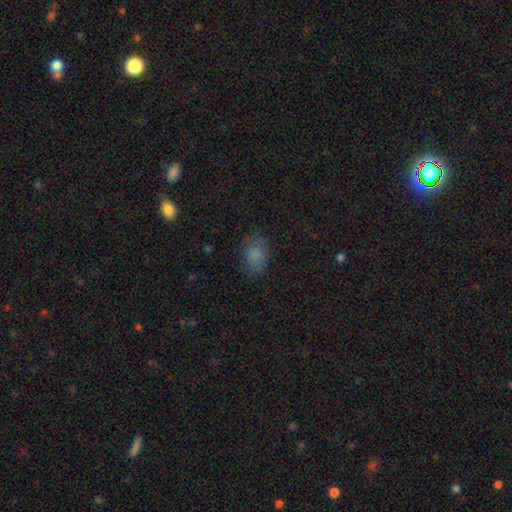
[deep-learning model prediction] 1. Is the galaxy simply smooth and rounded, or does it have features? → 81% smooth, 11% star or artifact, 8% featured or disk.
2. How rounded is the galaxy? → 76% in between, 22% round, 1% cigar-shaped.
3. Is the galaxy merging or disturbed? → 73% none, 19% minor disturbance, 7% major disturbance, 1% merger.